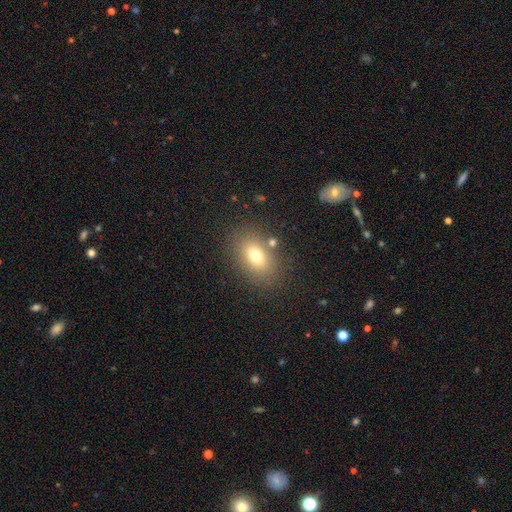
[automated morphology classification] Smooth or featured? smooth (72%)
How rounded? in between (77%)
Merging? none (80%)